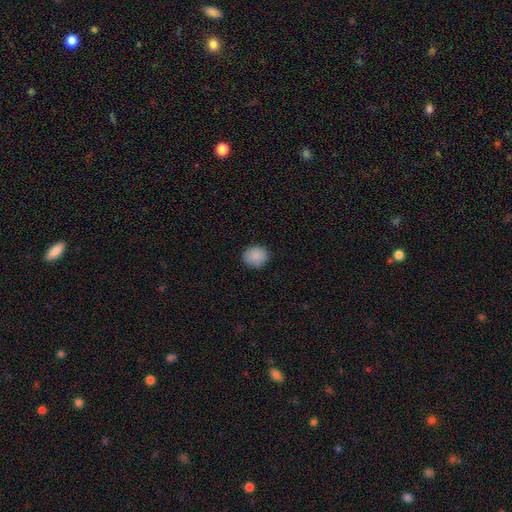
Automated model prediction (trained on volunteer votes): Overall: smooth (88%). How rounded: round (78%). Merging: none (87%).